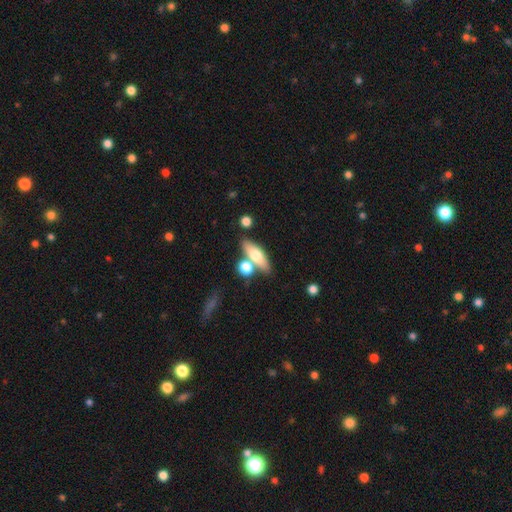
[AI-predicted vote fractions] Smooth or featured? smooth (62%)
How rounded? in between (56%)
Merging? none (61%)